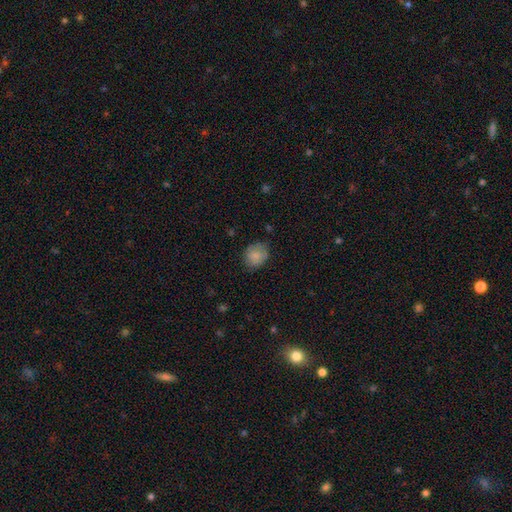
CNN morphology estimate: Overall: smooth (83%). How rounded: round (58%; in between 41%). Merging: none (70%).